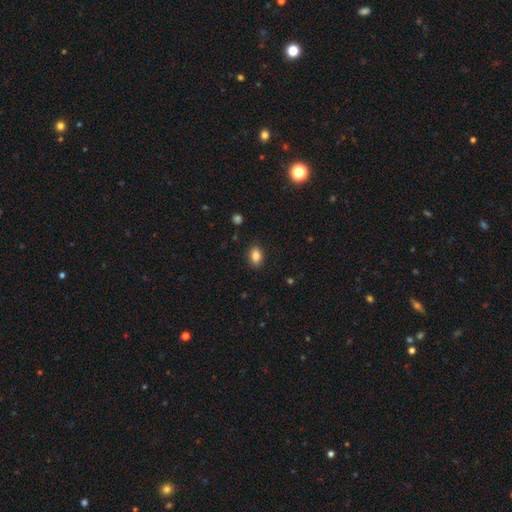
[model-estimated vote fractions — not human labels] A smooth galaxy with no disk features (85%) that is in between round and cigar-shaped (81%). Merging: none (88%).